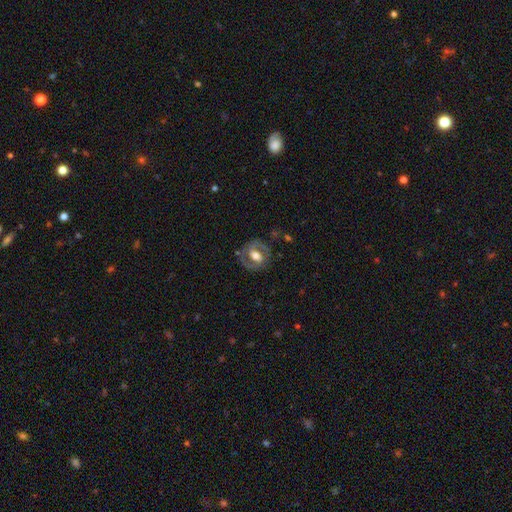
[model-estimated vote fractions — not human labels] smooth-or-featured: featured or disk: 66% | smooth: 27% | star or artifact: 6%
  disk-edge-on: no: 95% | yes: 5%
    bar: weak: 39% | no: 38% | strong: 24%
    has-spiral-arms: yes: 63% | no: 37%
    bulge-size: moderate: 57% | large: 31% | small: 8% | dominant: 2% | none: 2%
  merging: none: 73% | minor disturbance: 17% | major disturbance: 9% | merger: 2%